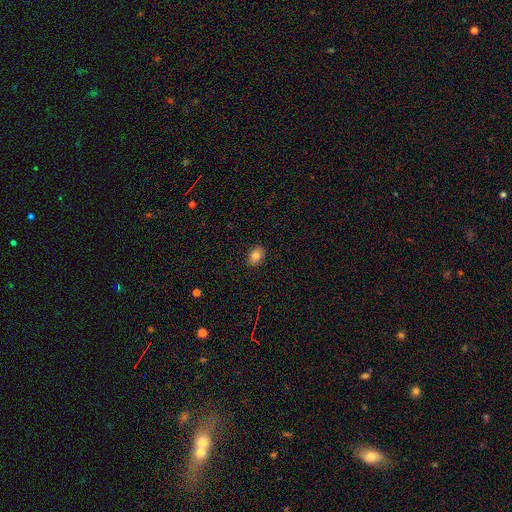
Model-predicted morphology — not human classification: Smooth or featured? smooth (83%)
How rounded? in between (73%)
Merging? none (89%)